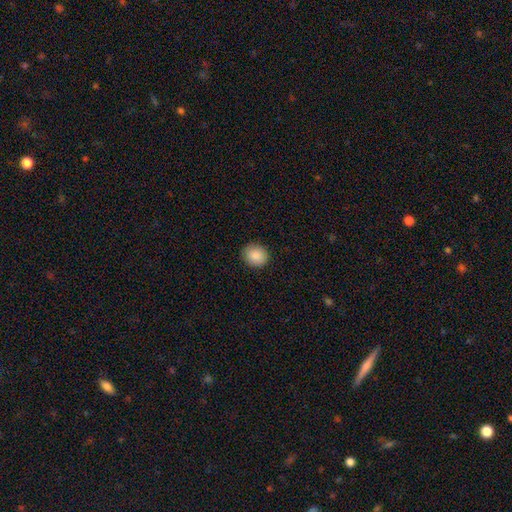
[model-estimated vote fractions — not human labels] A smooth galaxy with no disk features (88%) that is round (70%). Merging: none (89%).